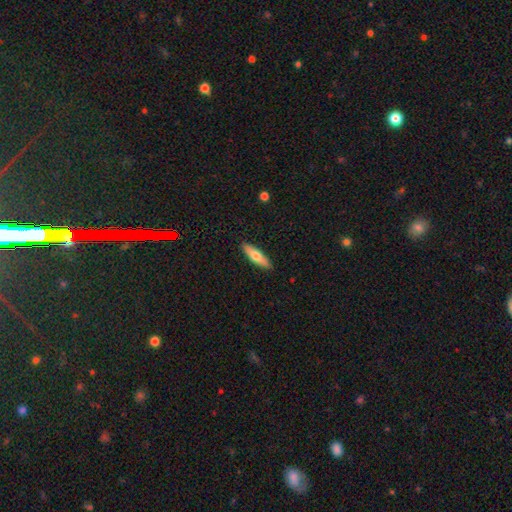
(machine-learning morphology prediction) This is likely a smooth galaxy (62%). How rounded: likely cigar-shaped (63%). Merging: clearly none (90%).